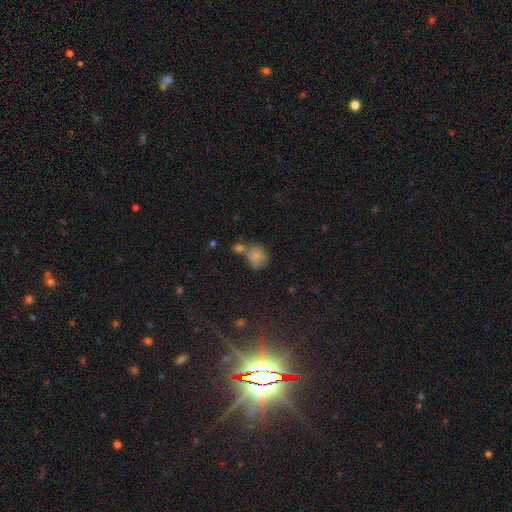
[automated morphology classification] The model was most divided on "merging": none: 41%, merger: 35%, minor disturbance: 17%, major disturbance: 7%. More confident: smooth or featured — smooth (76%); how rounded — round (74%).